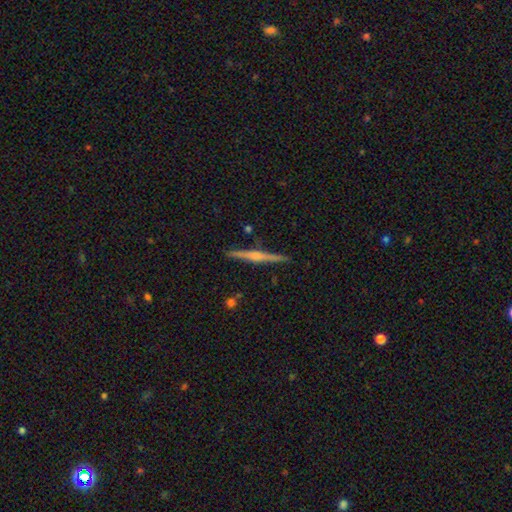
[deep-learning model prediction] Morphology: type=featured or disk (74%); edge-on=yes (98%); edge-on bulge=rounded (70%); merging=none (91%).